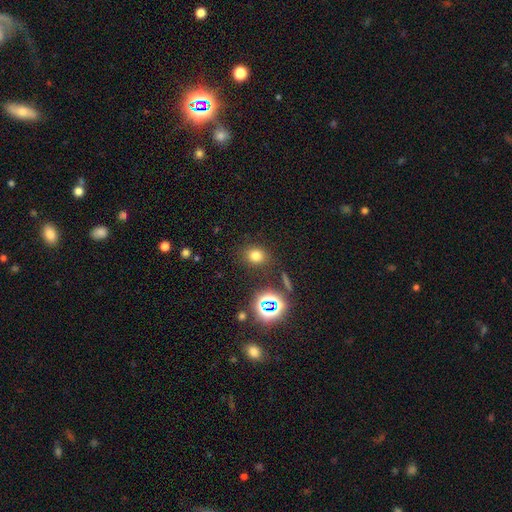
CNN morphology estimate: This is likely a smooth galaxy (70%). How rounded: likely round (64%). Merging: clearly none (84%).